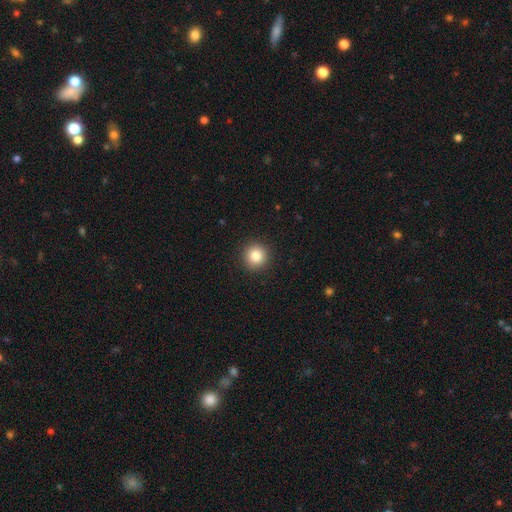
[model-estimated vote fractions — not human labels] Q: Smooth or featured?
A: smooth (83%); runner-up: star or artifact (10%)
Q: How rounded?
A: round (94%); runner-up: in between (5%)
Q: Merging?
A: none (92%); runner-up: minor disturbance (5%)